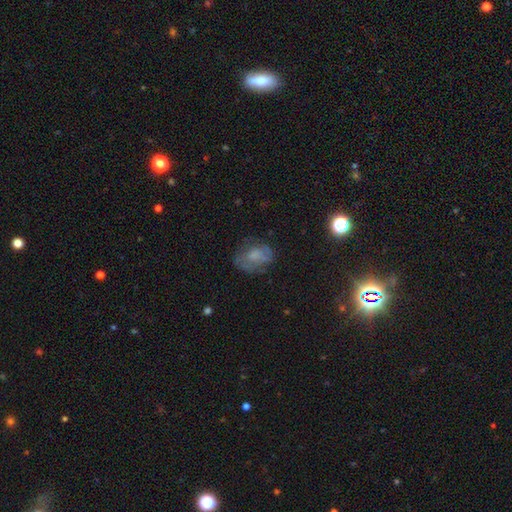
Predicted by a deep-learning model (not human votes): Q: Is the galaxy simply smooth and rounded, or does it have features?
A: smooth — 48%.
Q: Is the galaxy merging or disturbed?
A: none — 56%.